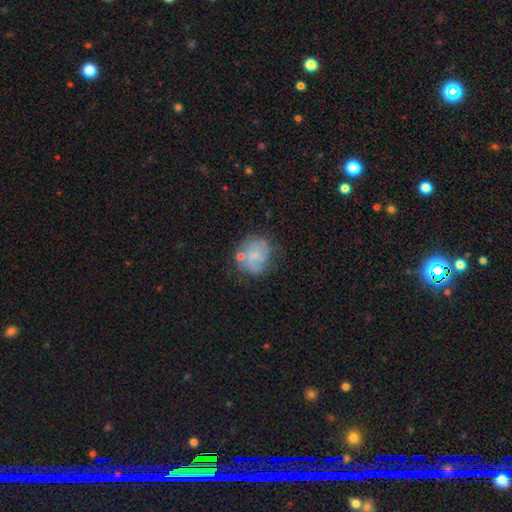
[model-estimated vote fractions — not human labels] A smooth galaxy with no disk features (52%) that is round (74%).

Vote fractions:
- Smooth or featured? smooth: 52% / featured or disk: 39% / star or artifact: 9%
- How rounded? round: 74% / in between: 25% / cigar-shaped: 1%
- Merging? none: 52% / minor disturbance: 25% / major disturbance: 13% / merger: 10%